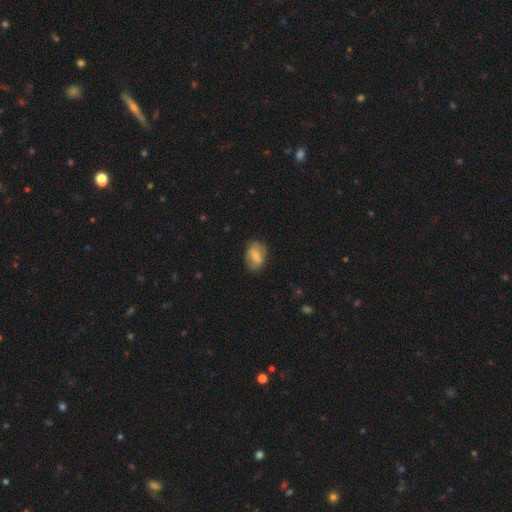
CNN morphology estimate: Q: Smooth or featured?
A: smooth (63%); runner-up: featured or disk (29%)
Q: How rounded?
A: in between (80%); runner-up: round (18%)
Q: Merging?
A: none (74%); runner-up: minor disturbance (19%)